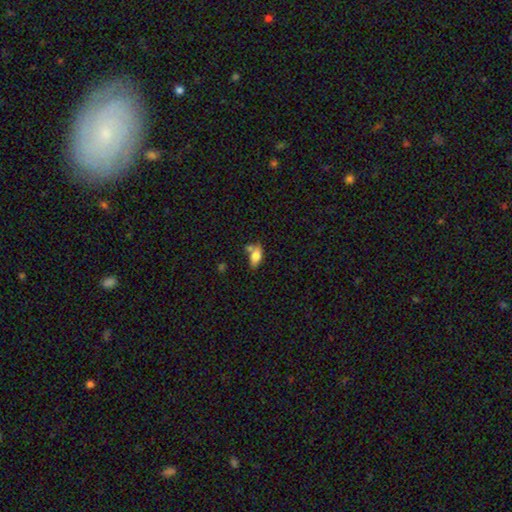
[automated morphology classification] A smooth galaxy with no disk features (77%) that is in between round and cigar-shaped (86%). Merging: none (50%).